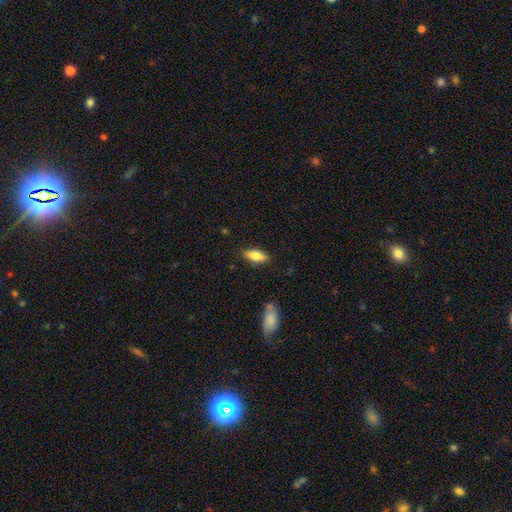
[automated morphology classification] smooth_or_featured: smooth (p=0.80) [alt: featured or disk p=0.14]
how_rounded: in between (p=0.77) [alt: cigar-shaped p=0.20]
merging: none (p=0.83) [alt: minor disturbance p=0.12]